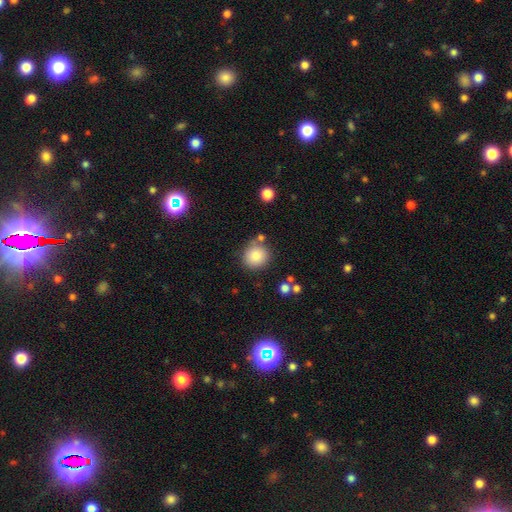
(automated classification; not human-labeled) This is clearly a smooth galaxy (84%). How rounded: clearly round (87%). Merging: likely none (76%).